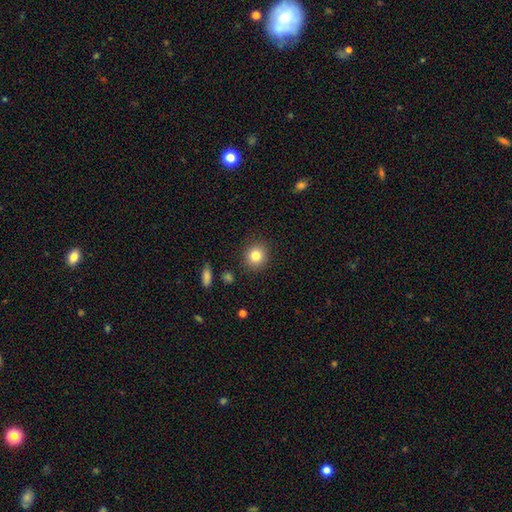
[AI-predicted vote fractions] smooth 83%, star or artifact 10%, featured or disk 7%. Down the decision tree: how rounded — round (84%); merging — none (89%).